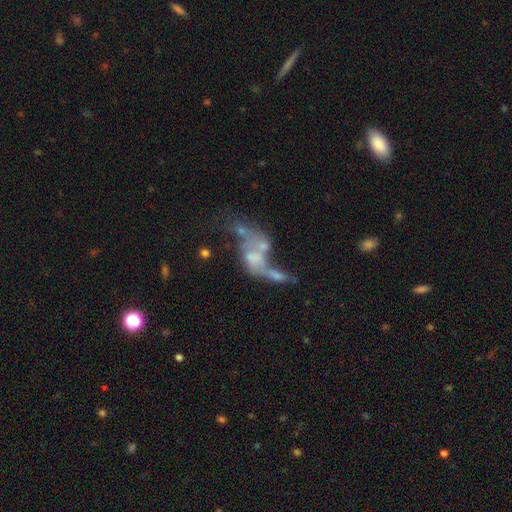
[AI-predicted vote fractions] Q: Smooth or featured?
A: featured or disk (64%); runner-up: smooth (23%)
Q: Edge-on disk?
A: no (95%); runner-up: yes (5%)
Q: Bar?
A: no (80%); runner-up: weak (15%)
Q: Spiral arms?
A: no (71%); runner-up: yes (29%)
Q: Bulge size?
A: none (58%); runner-up: small (19%)
Q: Merging?
A: merger (51%); runner-up: major disturbance (27%)